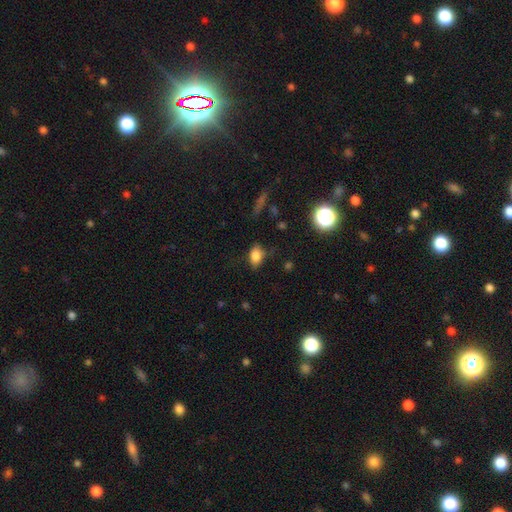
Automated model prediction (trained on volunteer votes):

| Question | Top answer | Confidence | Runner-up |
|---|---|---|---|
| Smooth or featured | smooth | 81% | star or artifact (11%) |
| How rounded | in between | 83% | round (15%) |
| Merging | none | 68% | minor disturbance (23%) |